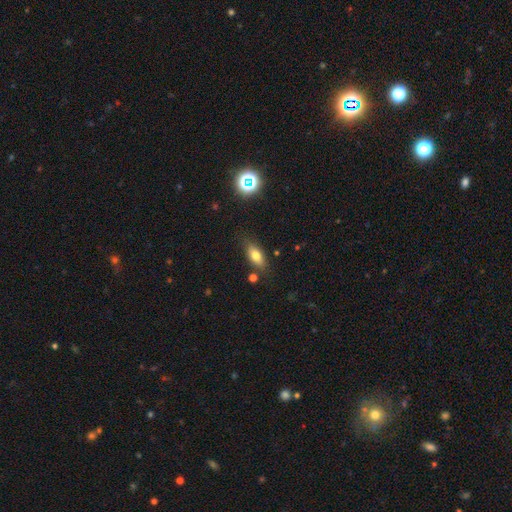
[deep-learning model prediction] The model was most divided on "smooth or featured": smooth: 75%, featured or disk: 15%, star or artifact: 10%. More confident: how rounded — in between (81%); merging — none (78%).